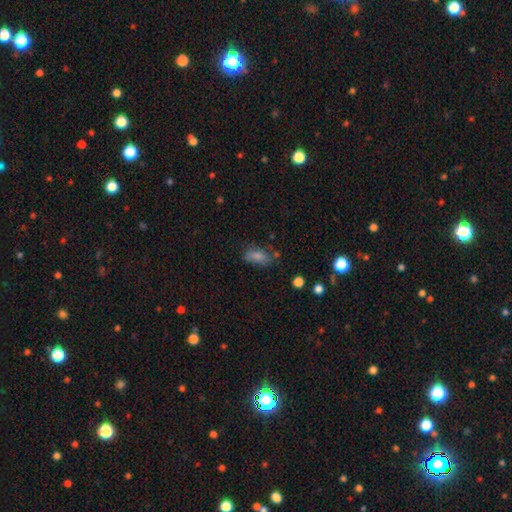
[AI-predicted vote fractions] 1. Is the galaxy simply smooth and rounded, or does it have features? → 69% smooth, 15% featured or disk, 15% star or artifact.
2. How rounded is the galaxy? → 81% in between, 13% cigar-shaped, 6% round.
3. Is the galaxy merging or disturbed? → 63% none, 24% minor disturbance, 8% major disturbance, 5% merger.